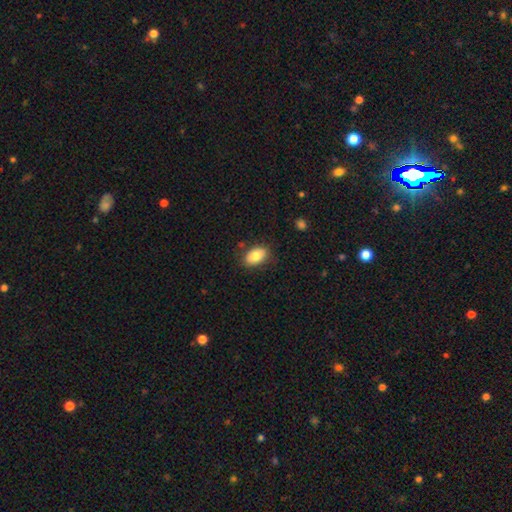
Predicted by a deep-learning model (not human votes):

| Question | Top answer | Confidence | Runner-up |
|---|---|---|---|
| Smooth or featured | smooth | 82% | featured or disk (11%) |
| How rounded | in between | 90% | round (9%) |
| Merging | none | 82% | minor disturbance (13%) |